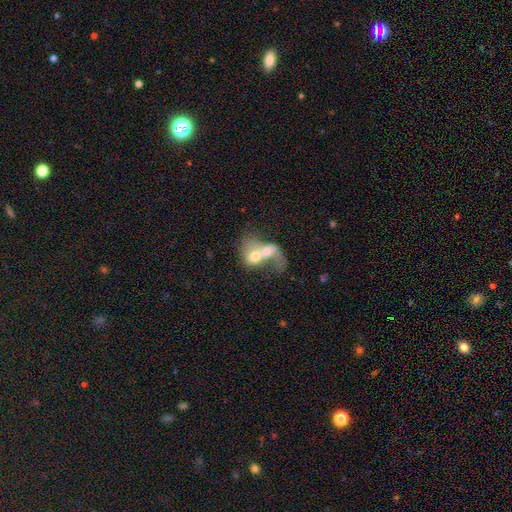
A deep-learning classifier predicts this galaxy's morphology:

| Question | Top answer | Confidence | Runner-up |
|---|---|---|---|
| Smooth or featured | smooth | 51% | featured or disk (41%) |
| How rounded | in between | 61% | round (37%) |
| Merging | merger | 82% | major disturbance (9%) |